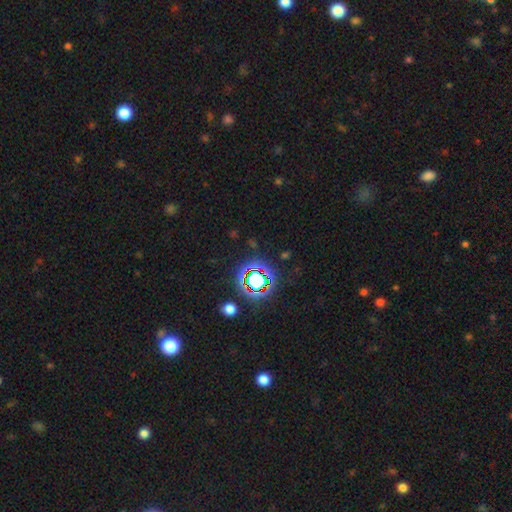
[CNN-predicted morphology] Smooth or featured? star or artifact (77%)